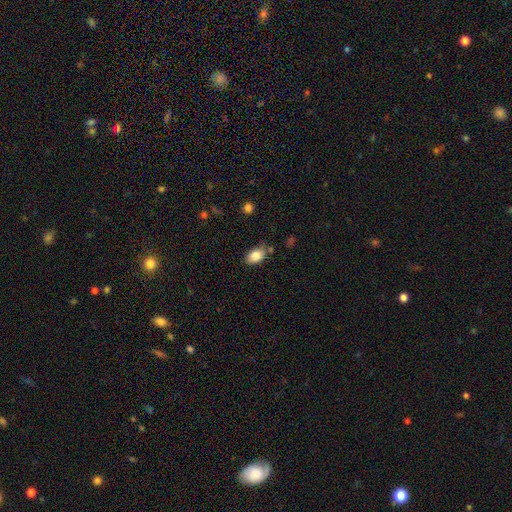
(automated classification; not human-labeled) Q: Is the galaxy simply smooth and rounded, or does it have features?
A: smooth — 84%.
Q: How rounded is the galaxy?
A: in between — 89%.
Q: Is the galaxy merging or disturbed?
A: none — 71%.